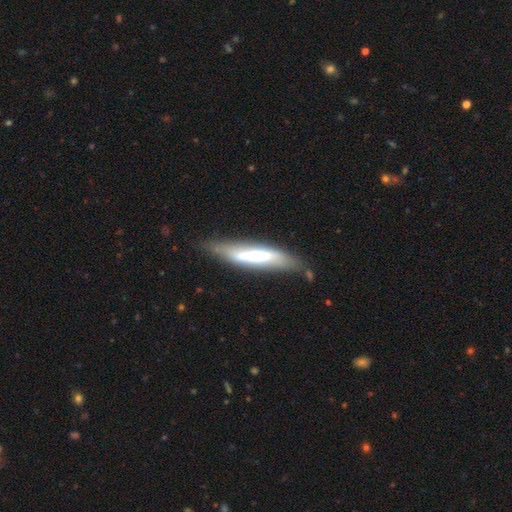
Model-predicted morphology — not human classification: A featured or disk galaxy (51%) viewed edge-on (69%).

Vote fractions:
- Smooth or featured? featured or disk: 51% / smooth: 43% / star or artifact: 6%
- Edge-on disk? yes: 69% / no: 31%
- Merging? none: 67% / minor disturbance: 22% / major disturbance: 7% / merger: 4%